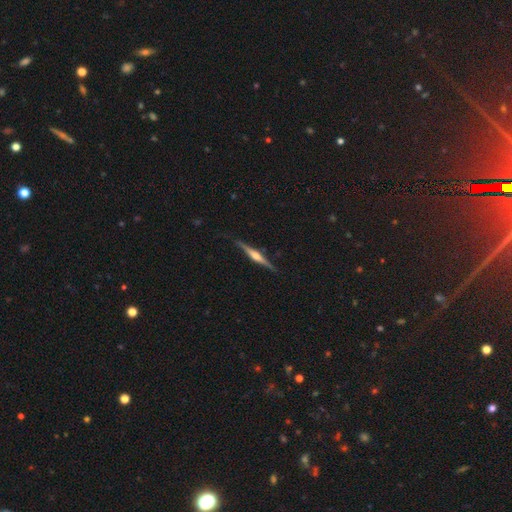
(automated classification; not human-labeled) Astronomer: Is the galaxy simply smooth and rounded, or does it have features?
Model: featured or disk — 78%.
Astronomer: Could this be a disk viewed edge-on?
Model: yes — 98%.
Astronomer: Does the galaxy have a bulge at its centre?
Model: rounded — 87%.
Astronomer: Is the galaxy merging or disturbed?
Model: none — 88%.